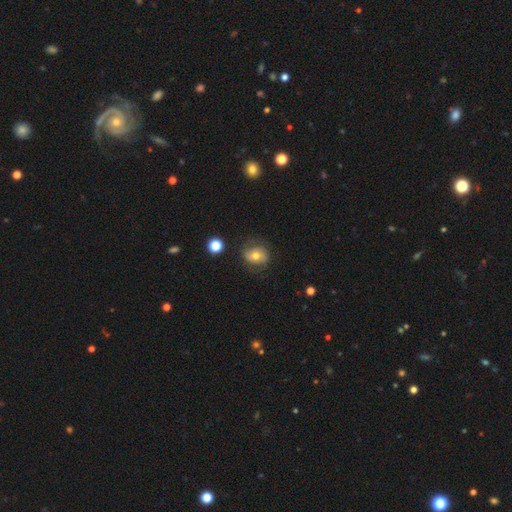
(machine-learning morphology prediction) smooth 54%, featured or disk 36%, star or artifact 10%. Down the decision tree: how rounded — round (59%); merging — none (71%).